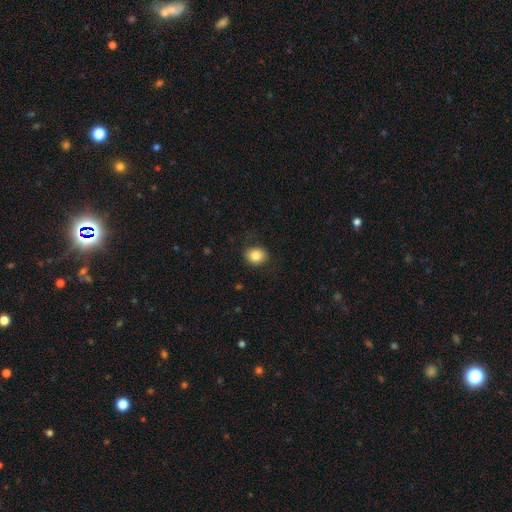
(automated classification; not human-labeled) smooth 85%, star or artifact 9%, featured or disk 6%. Down the decision tree: how rounded — round (64%); merging — none (85%).